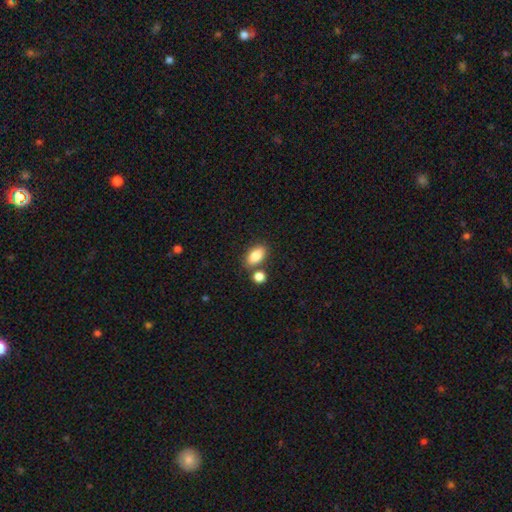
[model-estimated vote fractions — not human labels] A smooth galaxy with no disk features (84%) that is in between round and cigar-shaped (87%).

Vote fractions:
- Smooth or featured? smooth: 84% / featured or disk: 8% / star or artifact: 8%
- How rounded? in between: 87% / round: 8% / cigar-shaped: 5%
- Merging? none: 70% / merger: 16% / minor disturbance: 11% / major disturbance: 3%